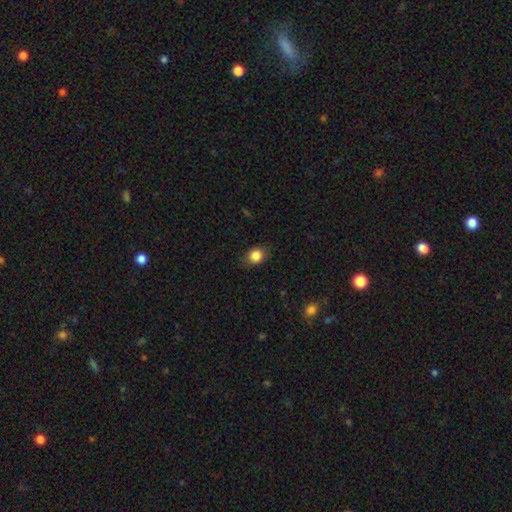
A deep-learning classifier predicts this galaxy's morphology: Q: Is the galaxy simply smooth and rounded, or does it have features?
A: smooth — 85%.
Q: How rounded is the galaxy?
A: round — 54%.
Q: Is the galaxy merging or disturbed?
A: none — 79%.